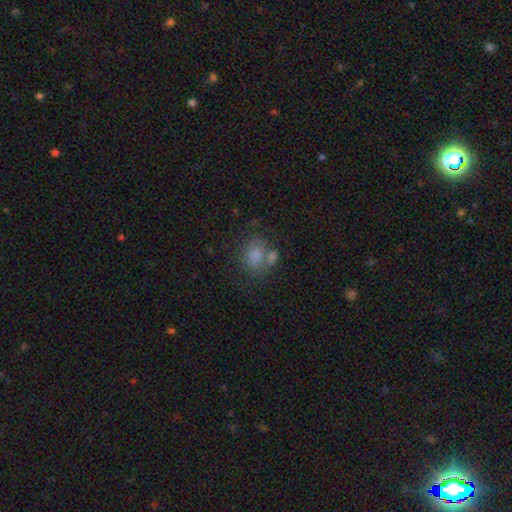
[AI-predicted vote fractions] This appears to be a smooth galaxy with no disk features (76%) that is round (54%). Merging: none (46%).